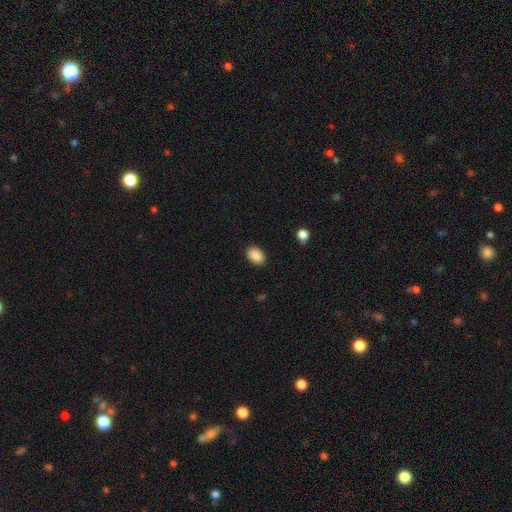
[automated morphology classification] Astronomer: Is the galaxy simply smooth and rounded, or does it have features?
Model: smooth — 88%.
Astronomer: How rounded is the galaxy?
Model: in between — 80%.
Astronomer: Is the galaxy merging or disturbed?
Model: none — 89%.